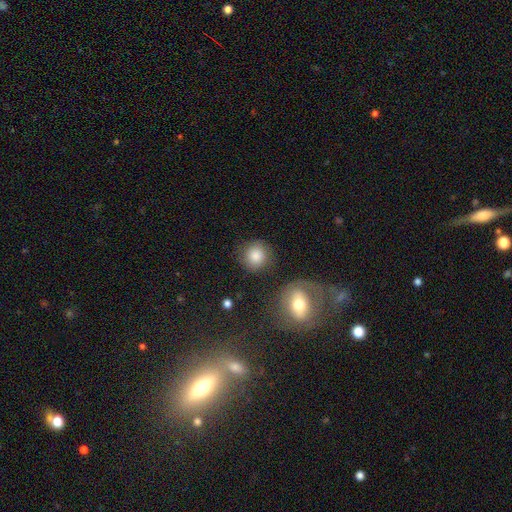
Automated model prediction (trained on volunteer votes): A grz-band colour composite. It shows a smooth galaxy with no disk features (81%) that is round (88%). Merging: none (77%).